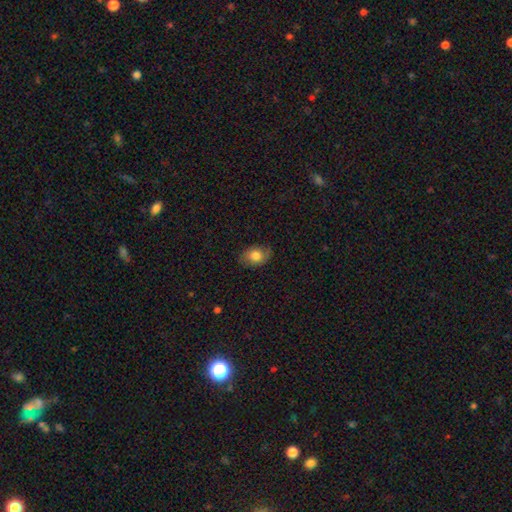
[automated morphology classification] smooth_or_featured: smooth (p=0.78) [alt: featured or disk p=0.14]
how_rounded: in between (p=0.77) [alt: round p=0.22]
merging: none (p=0.78) [alt: minor disturbance p=0.17]